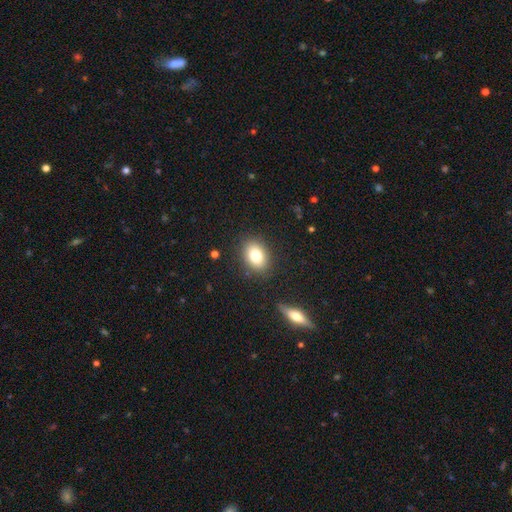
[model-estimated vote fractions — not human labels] The model was most divided on "how rounded": in between: 68%, round: 31%, cigar-shaped: 1%. More confident: merging — none (87%); smooth or featured — smooth (79%).